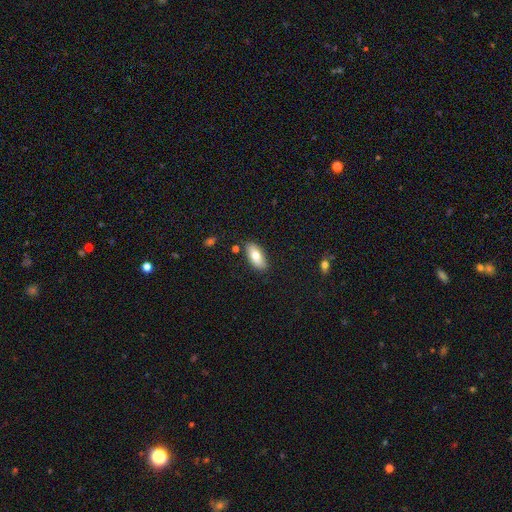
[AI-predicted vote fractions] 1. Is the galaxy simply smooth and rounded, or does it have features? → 75% smooth, 18% featured or disk, 7% star or artifact.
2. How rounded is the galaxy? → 86% in between, 11% cigar-shaped, 3% round.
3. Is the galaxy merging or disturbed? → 85% none, 11% minor disturbance, 2% merger, 2% major disturbance.